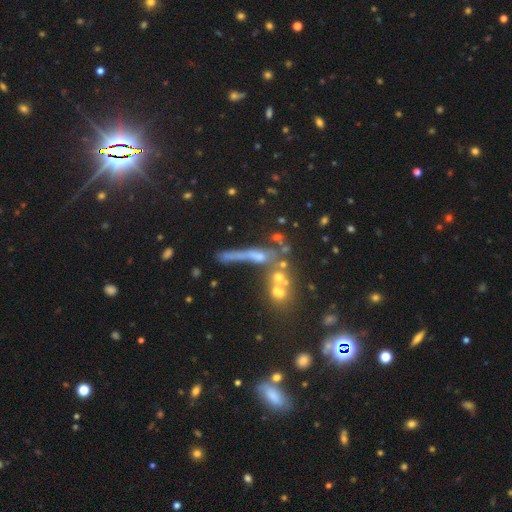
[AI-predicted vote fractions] Smooth or featured? Predicted: featured or disk (p=0.42). Merging? Predicted: none (p=0.35).